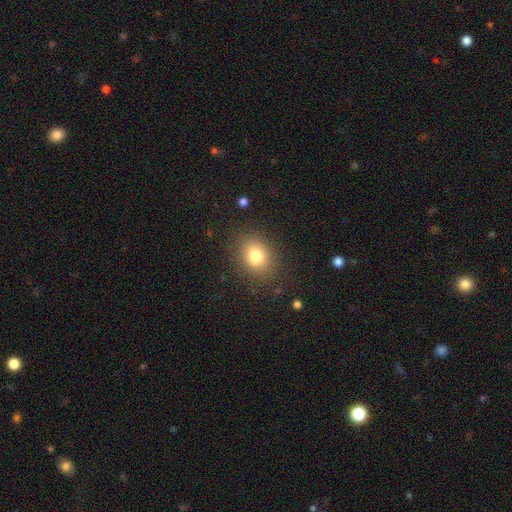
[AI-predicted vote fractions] Smooth or featured: smooth — 78% (star or artifact — 12%)
How rounded: in between — 54% (round — 45%)
Merging: none — 79% (minor disturbance — 13%)